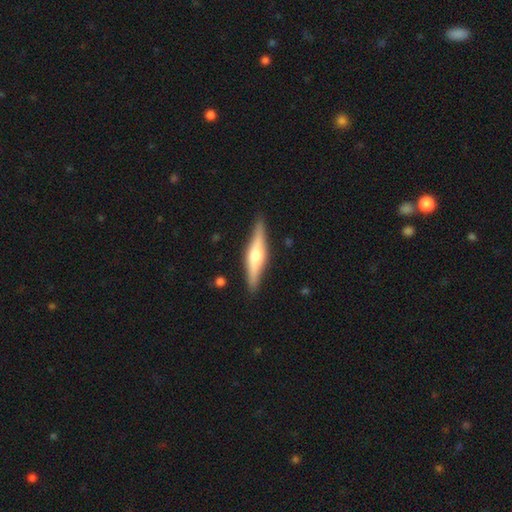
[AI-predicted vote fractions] Q: Smooth or featured?
A: featured or disk (65%); runner-up: smooth (30%)
Q: Edge-on disk?
A: yes (96%); runner-up: no (4%)
Q: Edge-on bulge?
A: rounded (89%); runner-up: boxy (7%)
Q: Merging?
A: none (89%); runner-up: minor disturbance (8%)